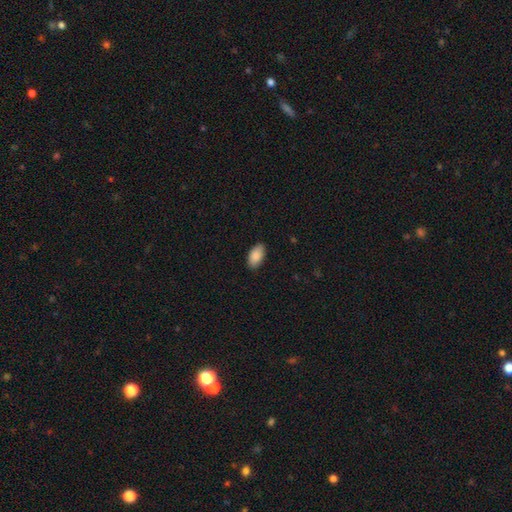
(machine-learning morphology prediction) Smooth or featured?
  - smooth: 89% *
  - star or artifact: 6%
  - featured or disk: 4%
How rounded?
  - in between: 95% *
  - round: 3%
  - cigar-shaped: 2%
Merging?
  - none: 87% *
  - minor disturbance: 10%
  - major disturbance: 2%
  - merger: 1%